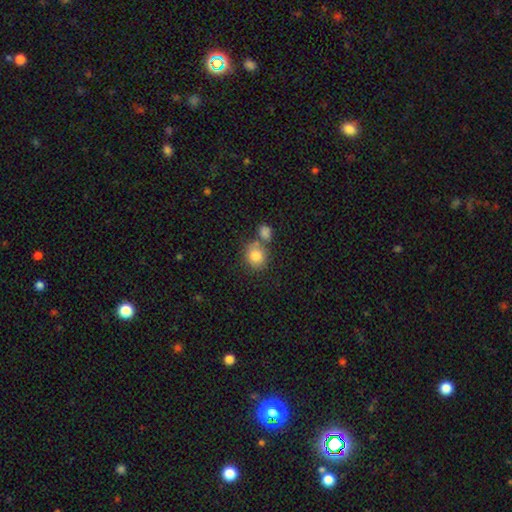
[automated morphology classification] smooth 83%, star or artifact 9%, featured or disk 8%. Down the decision tree: how rounded — round (79%); merging — none (57%).